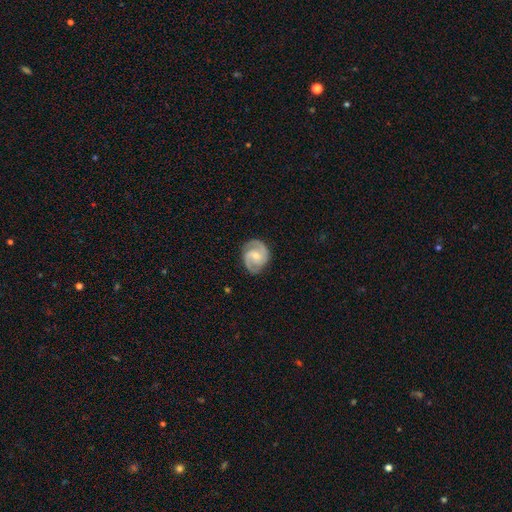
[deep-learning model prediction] Smooth or featured: featured or disk — 87% (smooth — 8%)
Edge-on disk: no — 98% (yes — 2%)
Bar: weak — 47% (no — 40%)
Spiral arms: yes — 97% (no — 3%)
Spiral winding: medium — 51% (tight — 39%)
Spiral arm count: 2 — 89% (3 — 4%)
Bulge size: small — 52% (moderate — 44%)
Merging: none — 81% (minor disturbance — 14%)